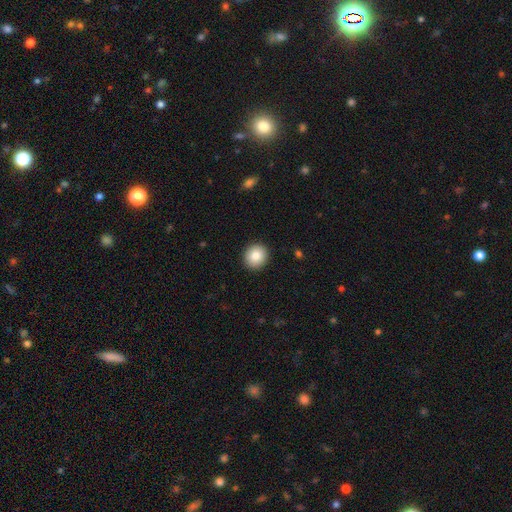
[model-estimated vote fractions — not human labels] A smooth galaxy with no disk features (84%) that is round (89%). Merging: none (92%).